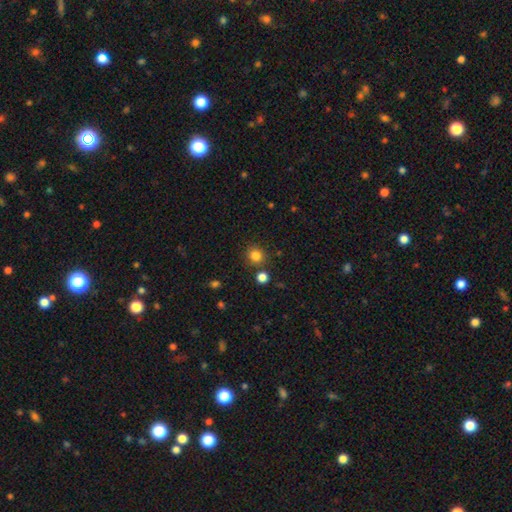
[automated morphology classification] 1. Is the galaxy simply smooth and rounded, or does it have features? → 82% smooth, 13% star or artifact, 5% featured or disk.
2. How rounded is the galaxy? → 89% round, 10% in between, 1% cigar-shaped.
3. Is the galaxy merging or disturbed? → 82% none, 8% minor disturbance, 7% merger, 3% major disturbance.